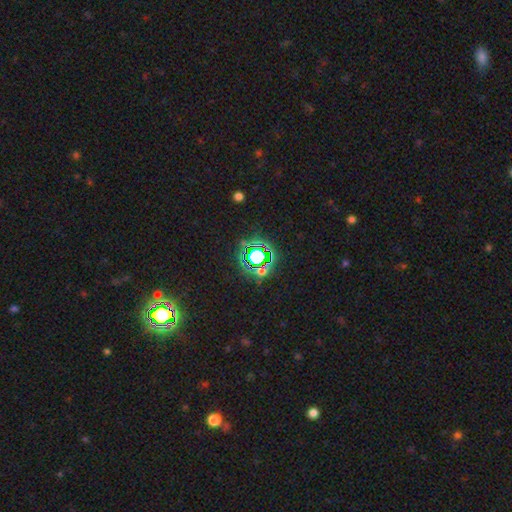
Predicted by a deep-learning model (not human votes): Smooth or featured?
  - star or artifact: 69% *
  - smooth: 21%
  - featured or disk: 10%